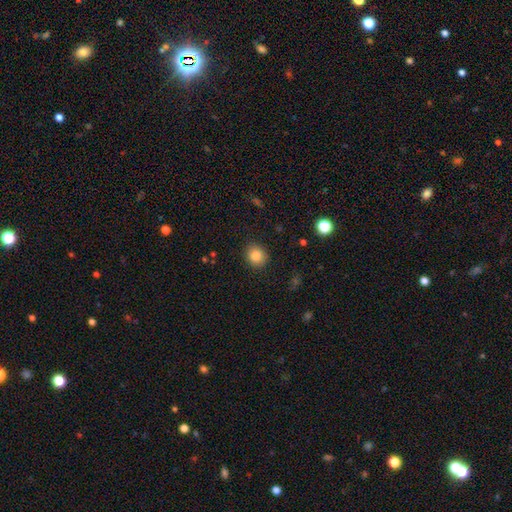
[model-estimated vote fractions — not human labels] The model was most divided on "how rounded": round: 81%, in between: 18%, cigar-shaped: 1%. More confident: merging — none (89%); smooth or featured — smooth (84%).